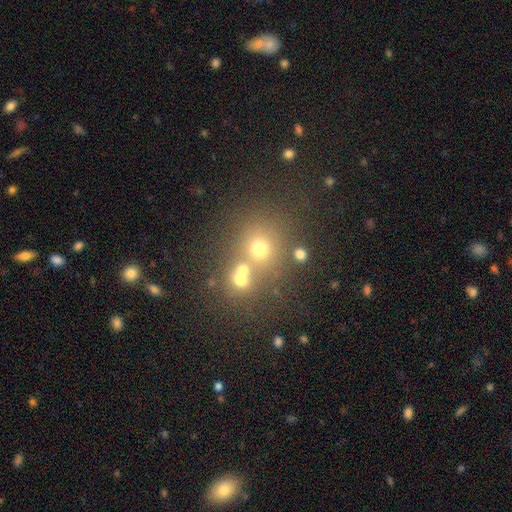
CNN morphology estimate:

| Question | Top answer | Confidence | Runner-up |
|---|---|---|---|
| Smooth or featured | smooth | 56% | star or artifact (27%) |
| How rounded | round | 79% | in between (20%) |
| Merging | merger | 46% | none (43%) |